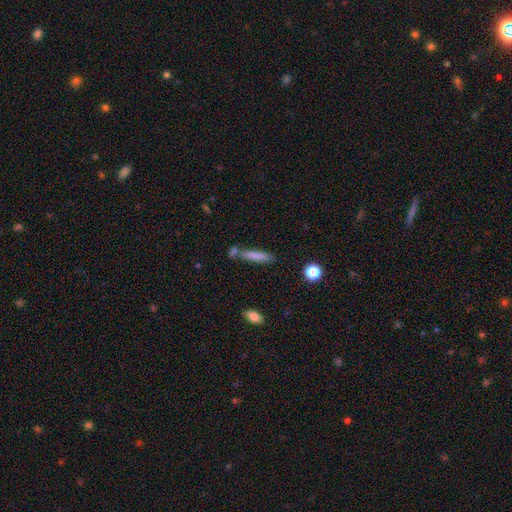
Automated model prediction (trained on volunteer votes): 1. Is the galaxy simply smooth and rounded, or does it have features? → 76% smooth, 16% featured or disk, 8% star or artifact.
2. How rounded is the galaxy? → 87% cigar-shaped, 11% in between, 2% round.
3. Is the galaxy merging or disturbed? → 64% none, 17% merger, 14% minor disturbance, 4% major disturbance.